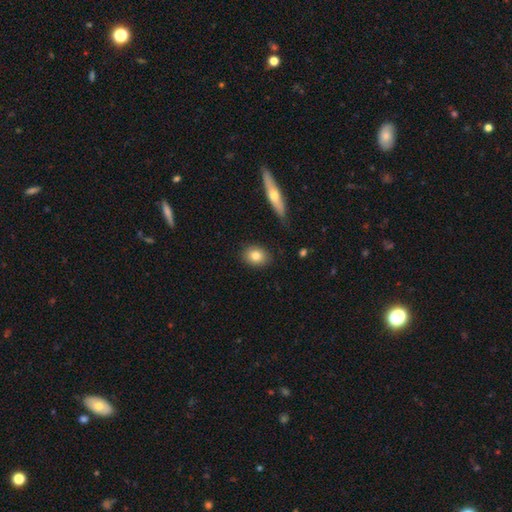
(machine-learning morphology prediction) smooth 81%, featured or disk 11%, star or artifact 8%. Down the decision tree: how rounded — in between (53%); merging — none (87%).